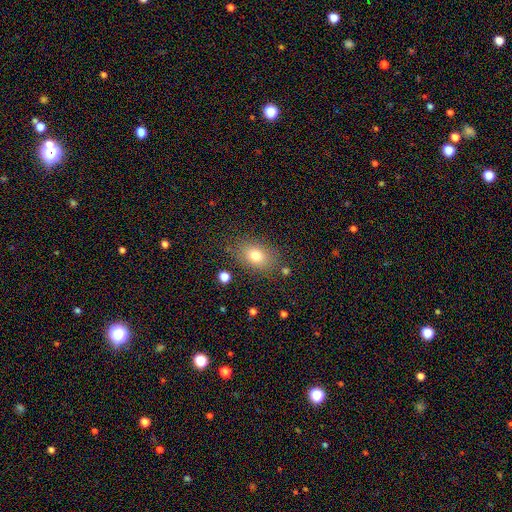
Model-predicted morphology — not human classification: Smooth or featured? smooth (77%)
How rounded? in between (75%)
Merging? none (80%)